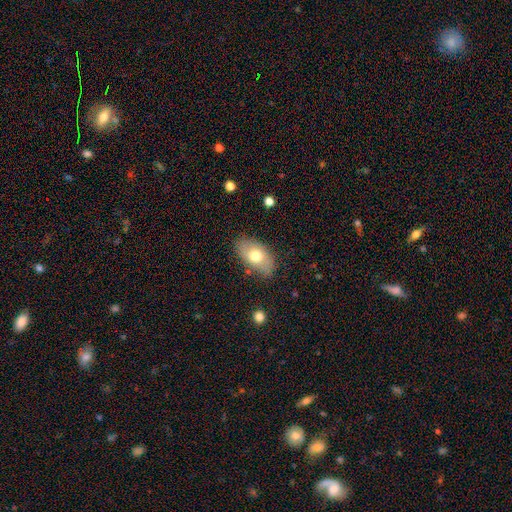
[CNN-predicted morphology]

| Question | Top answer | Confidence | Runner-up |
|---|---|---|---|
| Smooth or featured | smooth | 66% | featured or disk (27%) |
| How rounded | in between | 93% | round (5%) |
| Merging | none | 81% | minor disturbance (15%) |